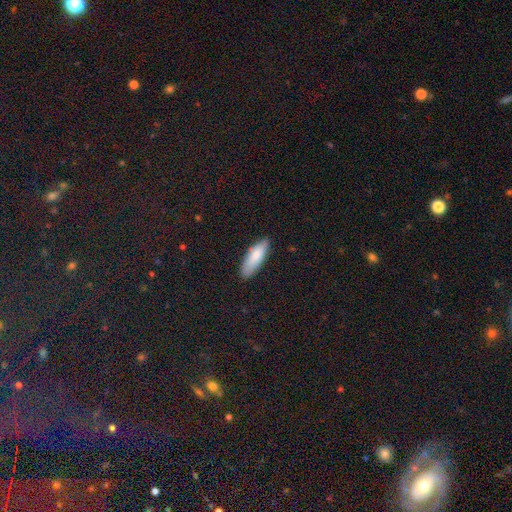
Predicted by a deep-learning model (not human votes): smooth_or_featured: smooth (p=0.82) [alt: featured or disk p=0.12]
how_rounded: in between (p=0.59) [alt: cigar-shaped p=0.40]
merging: none (p=0.85) [alt: minor disturbance p=0.12]